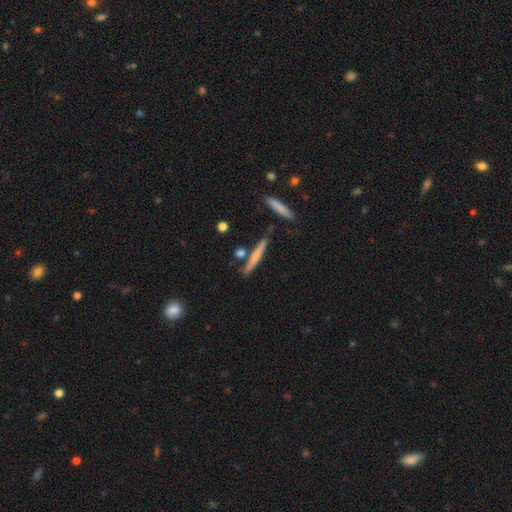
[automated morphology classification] Smooth or featured?
  - smooth: 56% *
  - featured or disk: 38%
  - star or artifact: 7%
How rounded?
  - cigar-shaped: 93% *
  - in between: 5%
  - round: 3%
Merging?
  - none: 78% *
  - minor disturbance: 11%
  - merger: 8%
  - major disturbance: 3%